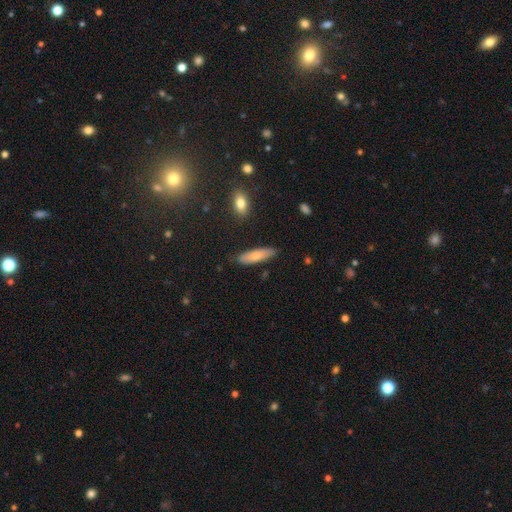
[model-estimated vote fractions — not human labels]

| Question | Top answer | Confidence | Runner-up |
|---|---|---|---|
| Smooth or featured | smooth | 71% | featured or disk (22%) |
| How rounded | cigar-shaped | 62% | in between (36%) |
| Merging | none | 83% | minor disturbance (13%) |